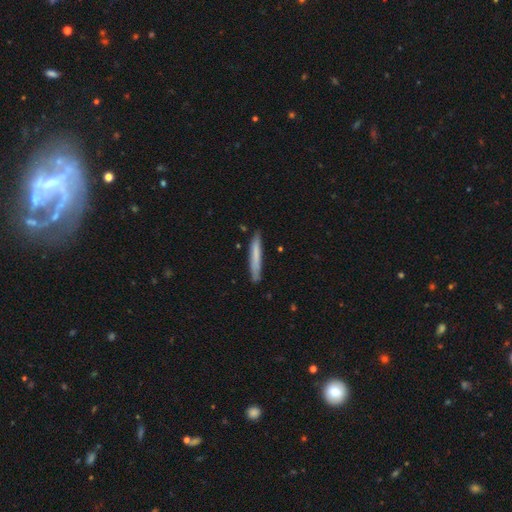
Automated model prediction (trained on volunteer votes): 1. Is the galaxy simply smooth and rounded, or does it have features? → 71% smooth, 23% featured or disk, 6% star or artifact.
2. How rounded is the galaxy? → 96% cigar-shaped, 3% in between, 1% round.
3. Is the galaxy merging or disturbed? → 85% none, 11% minor disturbance, 2% major disturbance, 2% merger.